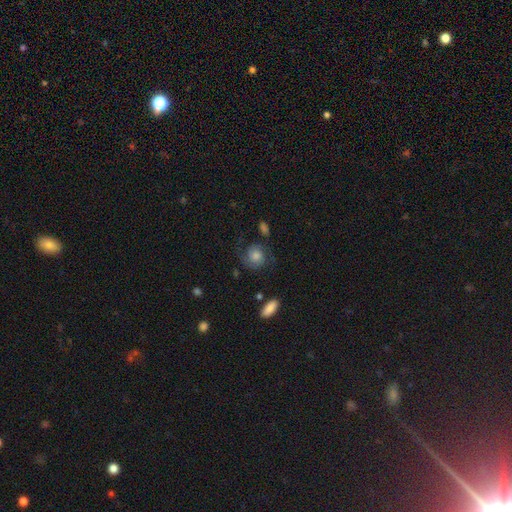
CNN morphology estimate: Smooth or featured?
  - featured or disk: 52% *
  - smooth: 38%
  - star or artifact: 10%
Edge-on disk?
  - no: 97% *
  - yes: 3%
Bar?
  - no: 76% *
  - weak: 20%
  - strong: 4%
Spiral arms?
  - yes: 90% *
  - no: 10%
Bulge size?
  - moderate: 42% *
  - large: 29%
  - small: 16%
  - none: 7%
  - dominant: 6%
Merging?
  - none: 65% *
  - minor disturbance: 19%
  - major disturbance: 14%
  - merger: 3%